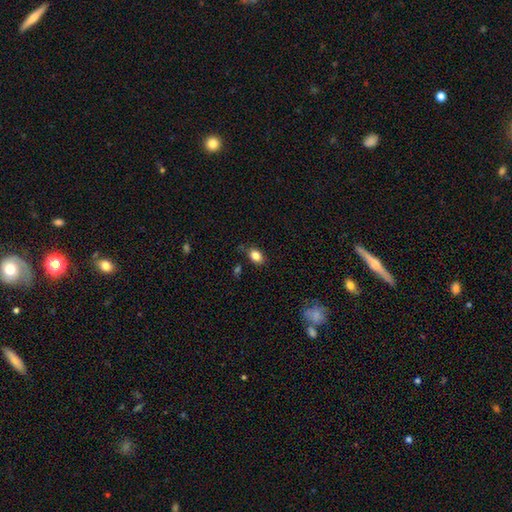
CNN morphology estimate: smooth-or-featured: smooth: 84% | star or artifact: 10% | featured or disk: 7%
  how-rounded: in between: 80% | round: 18% | cigar-shaped: 1%
  merging: none: 81% | minor disturbance: 14% | major disturbance: 3% | merger: 3%